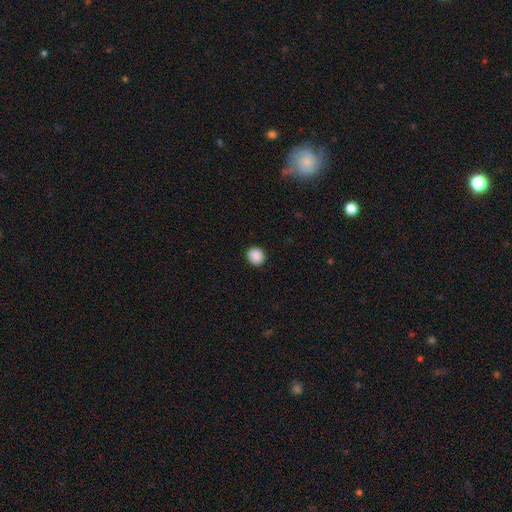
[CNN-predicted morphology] Q: Smooth or featured?
A: smooth (89%); runner-up: star or artifact (8%)
Q: How rounded?
A: round (84%); runner-up: in between (15%)
Q: Merging?
A: none (91%); runner-up: minor disturbance (6%)